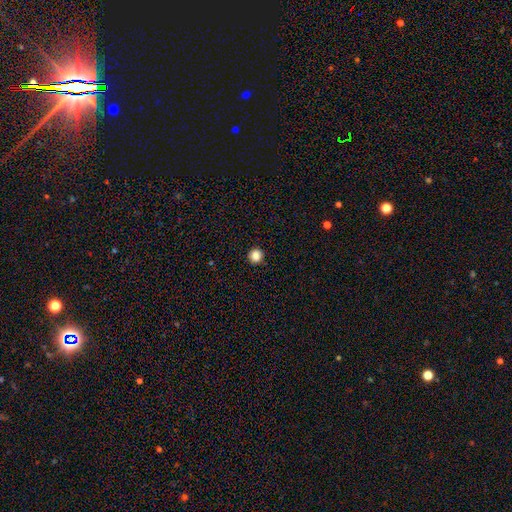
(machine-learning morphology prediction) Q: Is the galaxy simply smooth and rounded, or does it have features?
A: smooth — 86%.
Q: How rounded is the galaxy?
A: round — 94%.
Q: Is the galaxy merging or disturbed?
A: none — 93%.